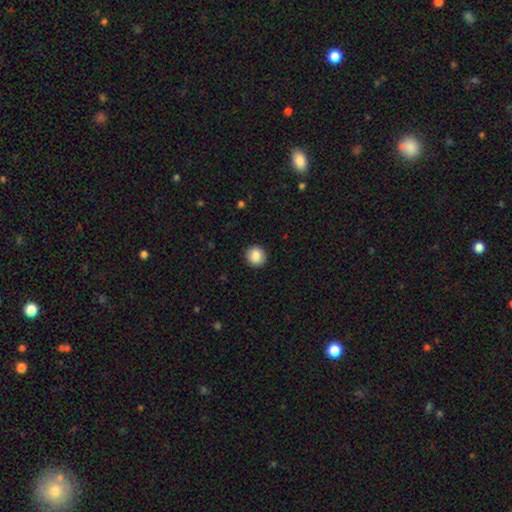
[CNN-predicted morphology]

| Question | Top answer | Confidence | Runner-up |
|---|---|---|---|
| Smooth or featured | smooth | 88% | star or artifact (8%) |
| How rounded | round | 93% | in between (6%) |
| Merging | none | 92% | minor disturbance (5%) |